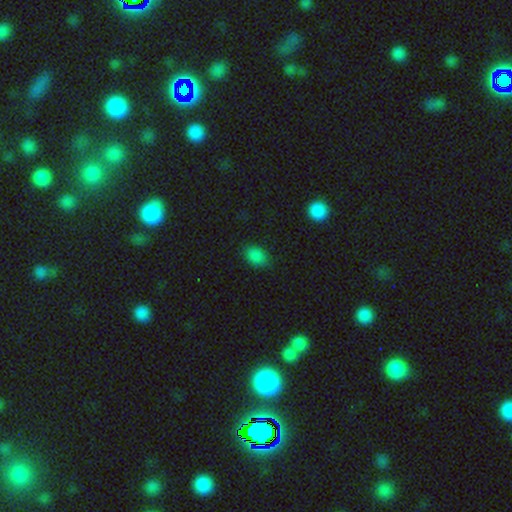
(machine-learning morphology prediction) A smooth galaxy with no disk features (84%) that is in between round and cigar-shaped (78%).

Vote fractions:
- Smooth or featured? smooth: 84% / star or artifact: 12% / featured or disk: 4%
- How rounded? in between: 78% / round: 20% / cigar-shaped: 1%
- Merging? none: 81% / minor disturbance: 14% / major disturbance: 3% / merger: 1%